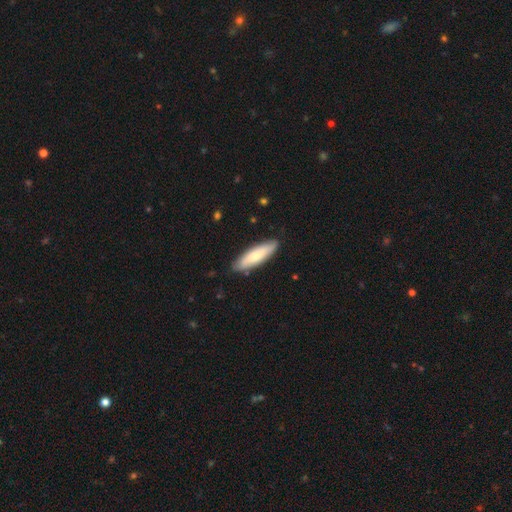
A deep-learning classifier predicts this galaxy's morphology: Overall: smooth (73%). How rounded: cigar-shaped (56%; in between 43%). Merging: none (86%).